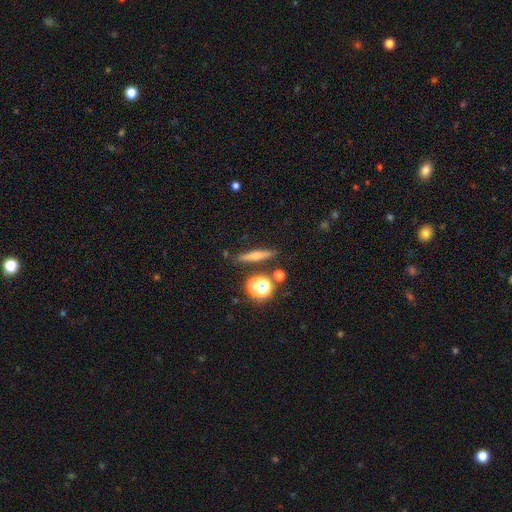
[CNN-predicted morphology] smooth 50%, featured or disk 36%, star or artifact 13%. Down the decision tree: how rounded — cigar-shaped (75%); merging — none (83%).